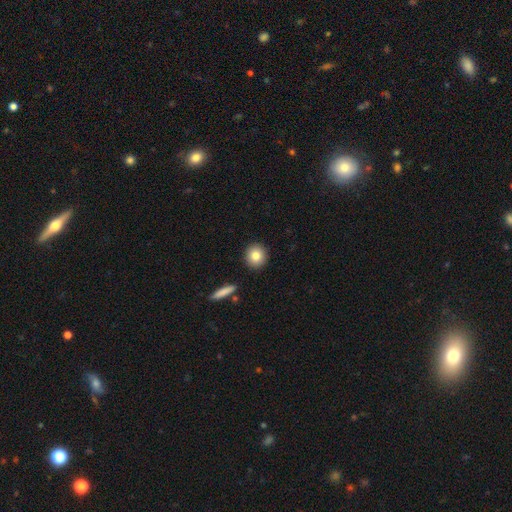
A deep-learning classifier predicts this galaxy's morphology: Q: Smooth or featured?
A: smooth (81%); runner-up: featured or disk (10%)
Q: How rounded?
A: round (87%); runner-up: in between (11%)
Q: Merging?
A: none (90%); runner-up: minor disturbance (6%)